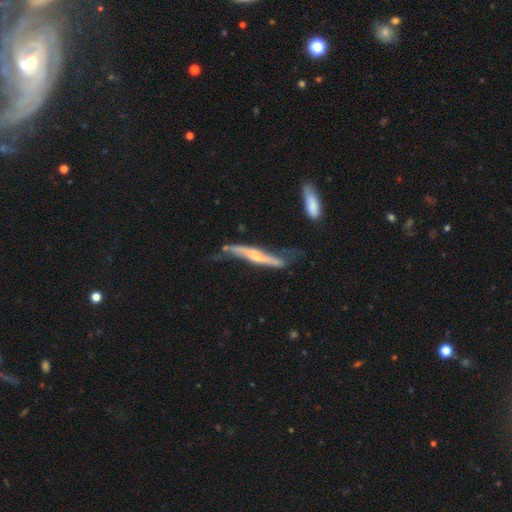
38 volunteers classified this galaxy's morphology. A featured or disk galaxy (84%) viewed edge-on (75%) with a rounded central bulge (83%). Merging: none (46%).